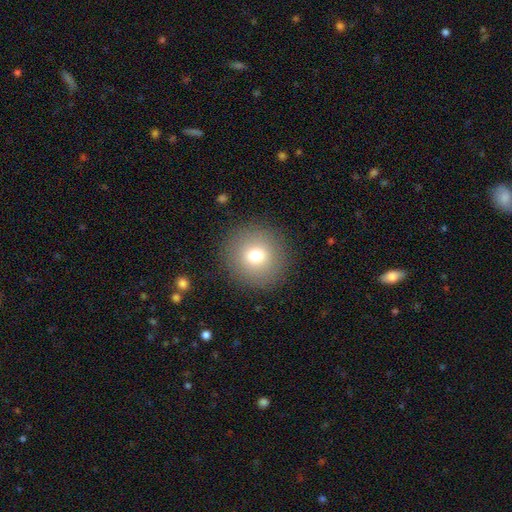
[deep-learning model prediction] This appears to be a smooth galaxy with no disk features (74%) that is round (93%). Merging: none (90%).